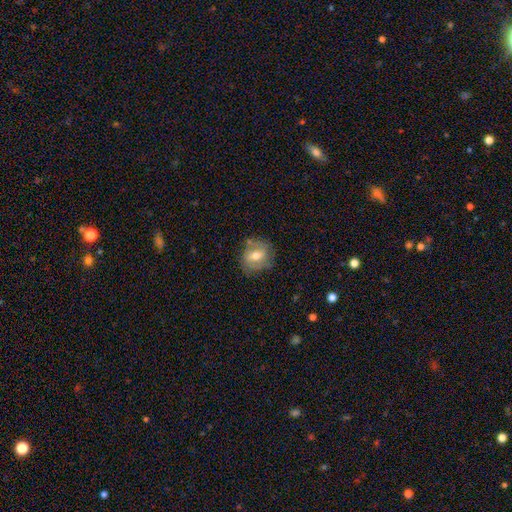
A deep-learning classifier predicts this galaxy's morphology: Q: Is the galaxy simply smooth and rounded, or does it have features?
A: smooth — 50%.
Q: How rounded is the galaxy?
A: round — 67%.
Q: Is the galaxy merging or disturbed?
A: none — 70%.